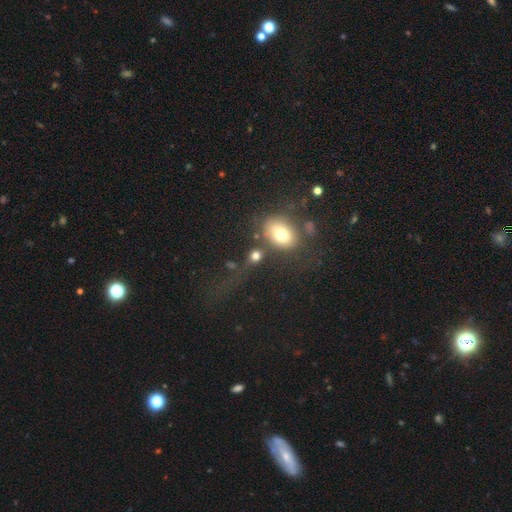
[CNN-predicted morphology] This appears to be a smooth galaxy with no disk features (73%) that is round (49%). Merging: none (50%).